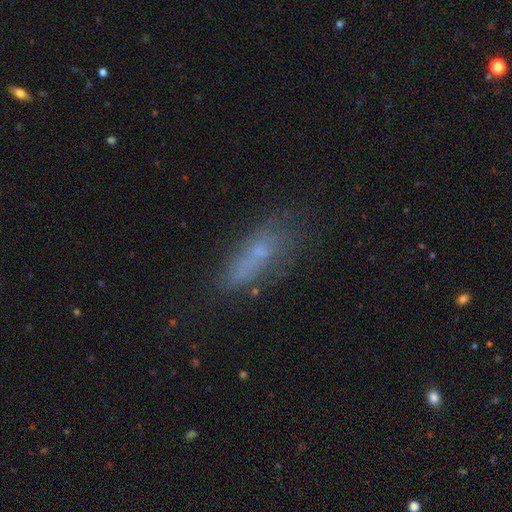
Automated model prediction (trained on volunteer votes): smooth 58%, featured or disk 26%, star or artifact 15%. Down the decision tree: how rounded — in between (54%); merging — none (57%).